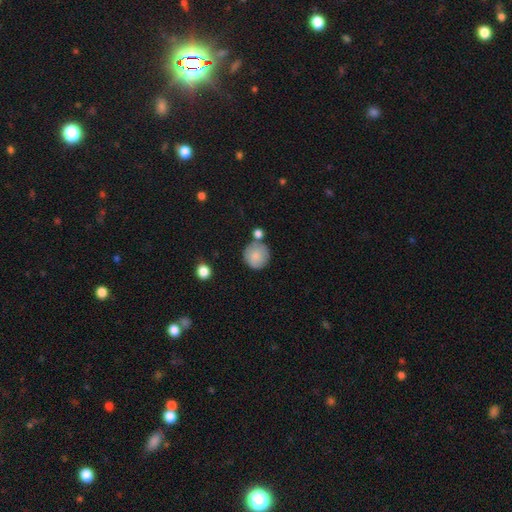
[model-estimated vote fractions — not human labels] Smooth or featured: smooth — 82% (featured or disk — 11%)
How rounded: round — 92% (in between — 7%)
Merging: none — 64% (minor disturbance — 16%)